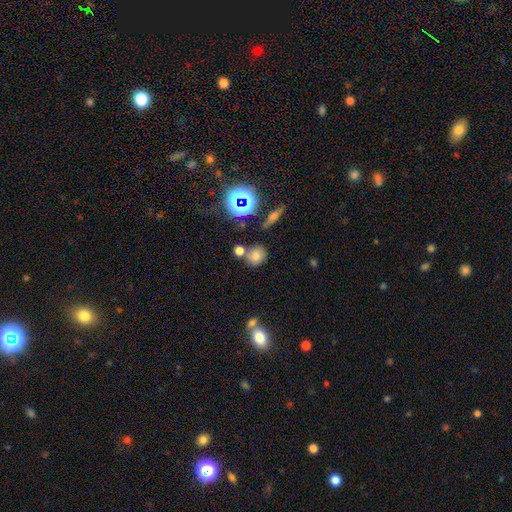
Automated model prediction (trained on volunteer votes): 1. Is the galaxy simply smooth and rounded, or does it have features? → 67% smooth, 22% star or artifact, 11% featured or disk.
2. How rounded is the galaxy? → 76% round, 22% in between, 2% cigar-shaped.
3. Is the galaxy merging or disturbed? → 65% none, 18% merger, 13% minor disturbance, 4% major disturbance.